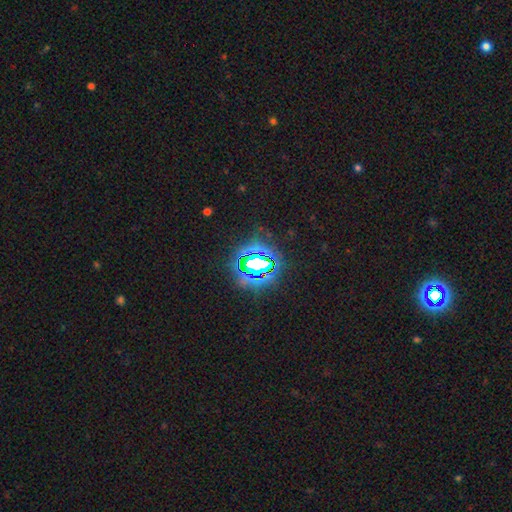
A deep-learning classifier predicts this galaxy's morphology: Smooth or featured?
  - star or artifact: 78% *
  - smooth: 13%
  - featured or disk: 9%